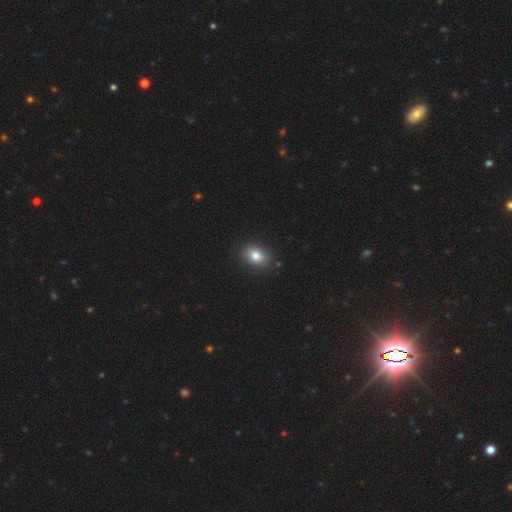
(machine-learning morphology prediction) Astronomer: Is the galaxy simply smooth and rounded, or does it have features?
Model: smooth — 81%.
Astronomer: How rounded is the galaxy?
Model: in between — 65%.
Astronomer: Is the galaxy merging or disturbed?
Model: none — 87%.